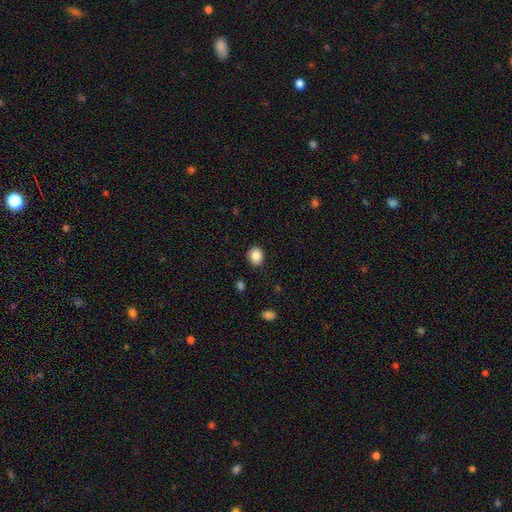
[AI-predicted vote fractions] This is clearly a smooth galaxy (87%). How rounded: likely round (60%). Merging: clearly none (89%).